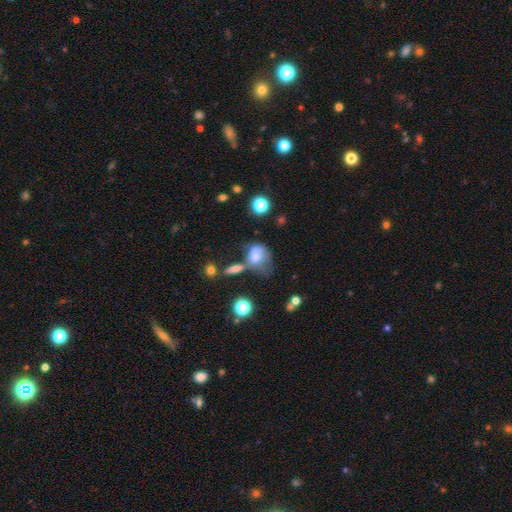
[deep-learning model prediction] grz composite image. It shows a smooth galaxy with no disk features (65%) that is in between round and cigar-shaped (63%). Merging: major disturbance (32%).